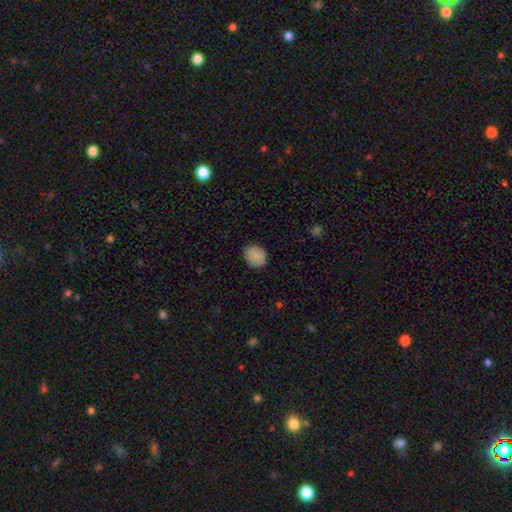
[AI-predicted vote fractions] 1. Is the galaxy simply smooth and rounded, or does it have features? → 88% smooth, 8% star or artifact, 4% featured or disk.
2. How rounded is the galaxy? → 75% round, 24% in between, 1% cigar-shaped.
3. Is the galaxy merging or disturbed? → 87% none, 10% minor disturbance, 2% major disturbance, 1% merger.